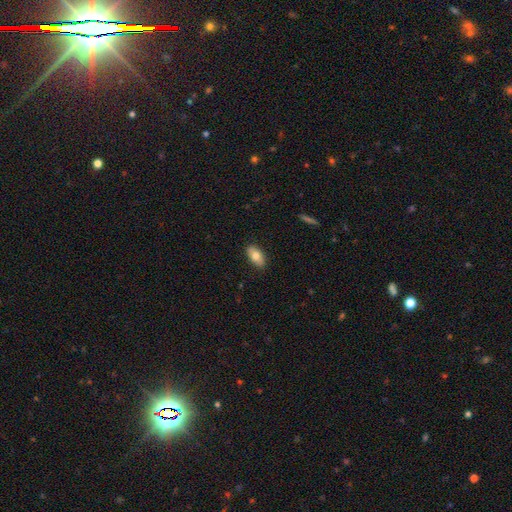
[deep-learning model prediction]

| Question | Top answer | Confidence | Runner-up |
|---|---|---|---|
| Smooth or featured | smooth | 77% | featured or disk (16%) |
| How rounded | in between | 92% | cigar-shaped (4%) |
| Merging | none | 88% | minor disturbance (9%) |